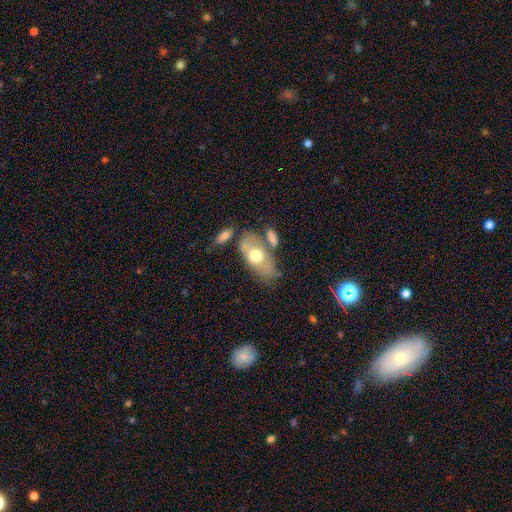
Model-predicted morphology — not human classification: Overall: smooth (59%; featured or disk 35%). How rounded: in between (88%). Merging: none (53%; merger 20%).